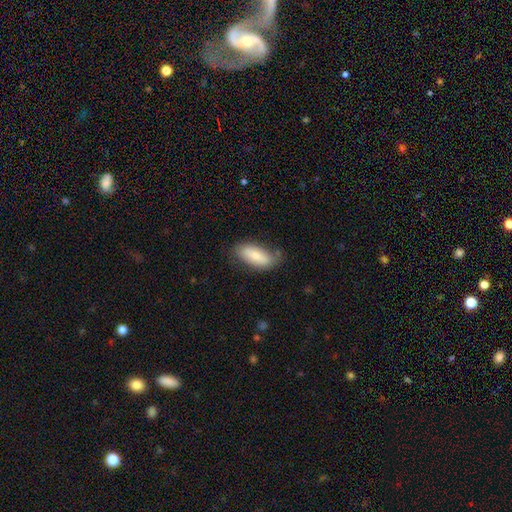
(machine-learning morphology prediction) This is likely a smooth galaxy (78%). How rounded: clearly in between (84%). Merging: likely none (67%).